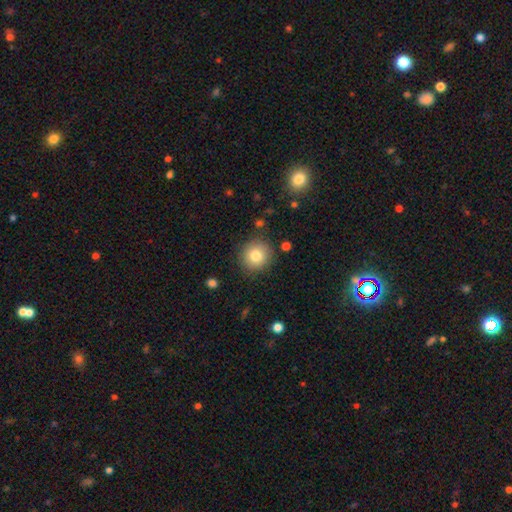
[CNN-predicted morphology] The model was most divided on "smooth or featured": smooth: 80%, star or artifact: 10%, featured or disk: 10%. More confident: how rounded — round (91%); merging — none (87%).